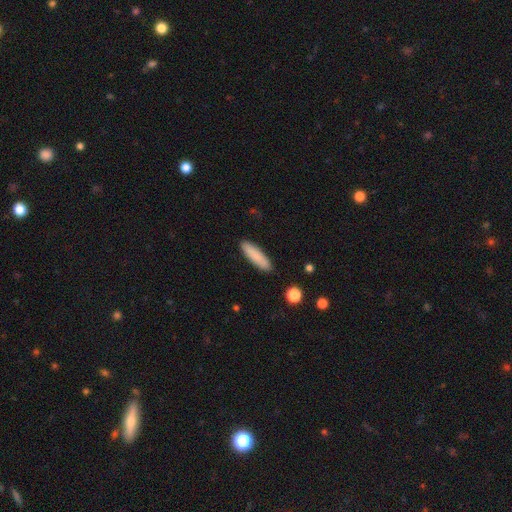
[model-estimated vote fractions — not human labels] Smooth or featured? Predicted: smooth (p=0.84). How rounded? Predicted: cigar-shaped (p=0.68). Merging? Predicted: none (p=0.89).